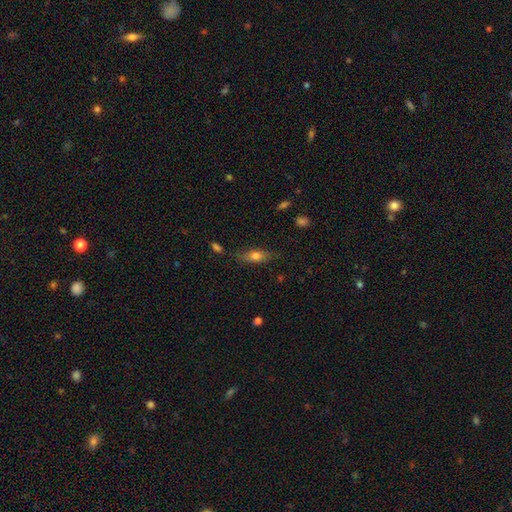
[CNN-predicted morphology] A smooth galaxy with no disk features (70%) that is in between round and cigar-shaped (66%). Merging: none (76%).